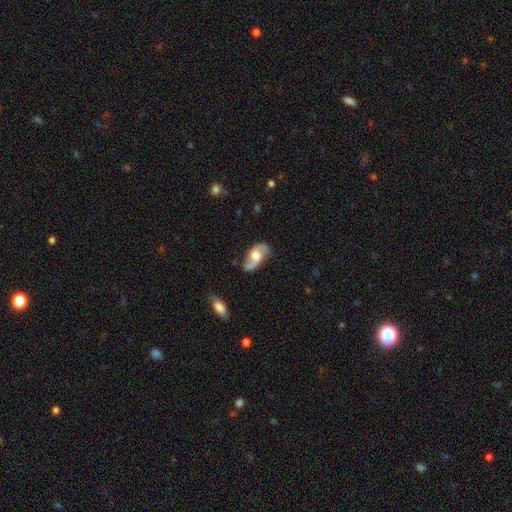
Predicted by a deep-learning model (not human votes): Smooth or featured? Predicted: featured or disk (p=0.62). Edge-on disk? Predicted: no (p=0.92). Bar? Predicted: no (p=0.63). Spiral arms? Predicted: yes (p=0.84). Bulge size? Predicted: moderate (p=0.59). Merging? Predicted: none (p=0.71).